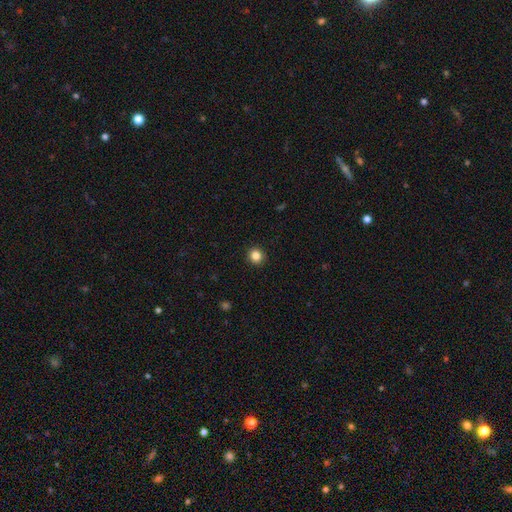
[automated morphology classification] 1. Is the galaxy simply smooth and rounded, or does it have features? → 84% smooth, 11% star or artifact, 4% featured or disk.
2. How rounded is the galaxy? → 92% round, 7% in between, 1% cigar-shaped.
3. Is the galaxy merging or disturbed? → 93% none, 5% minor disturbance, 2% major disturbance, 1% merger.